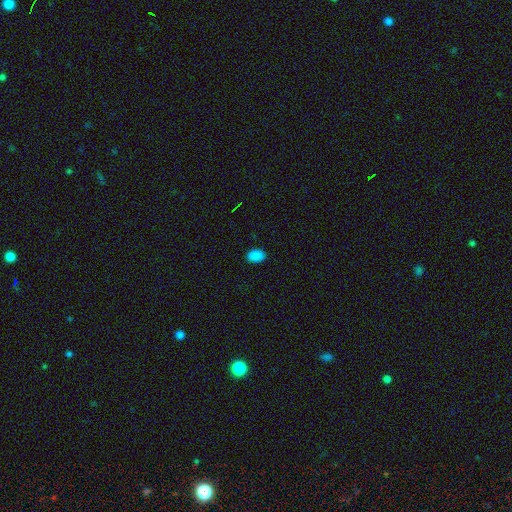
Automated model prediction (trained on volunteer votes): Smooth or featured?
  - smooth: 86% *
  - star or artifact: 11%
  - featured or disk: 3%
How rounded?
  - in between: 85% *
  - round: 14%
  - cigar-shaped: 1%
Merging?
  - none: 87% *
  - minor disturbance: 10%
  - major disturbance: 2%
  - merger: 1%